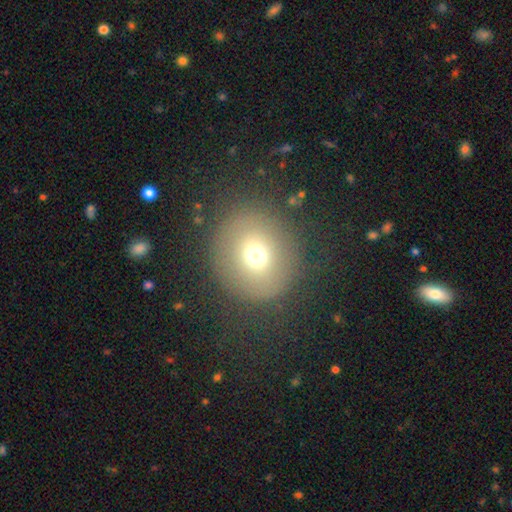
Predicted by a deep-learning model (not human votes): A smooth galaxy with no disk features (68%) that is round (89%). Merging: none (79%).